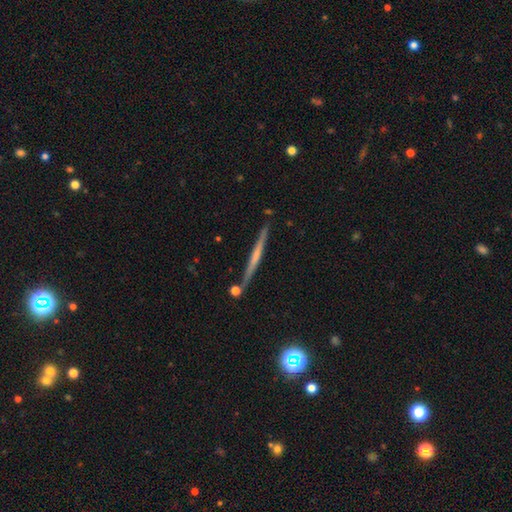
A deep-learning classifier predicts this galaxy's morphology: smooth-or-featured: featured or disk: 60% | smooth: 33% | star or artifact: 7%
  disk-edge-on: yes: 97% | no: 3%
    edge-on-bulge: none: 72% | rounded: 17% | boxy: 11%
  merging: none: 84% | minor disturbance: 10% | merger: 4% | major disturbance: 2%